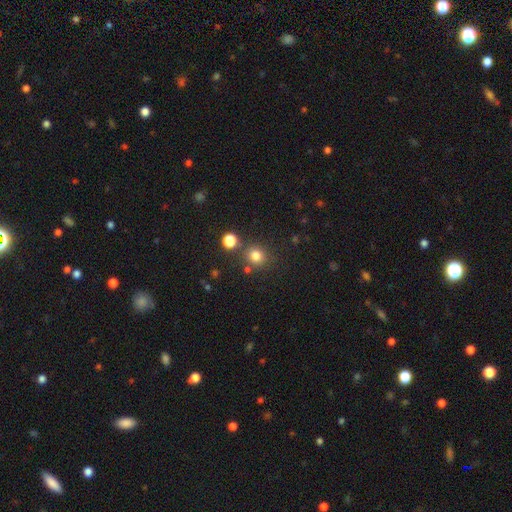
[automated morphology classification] smooth 79%, star or artifact 16%, featured or disk 6%. Down the decision tree: how rounded — round (85%); merging — none (78%).